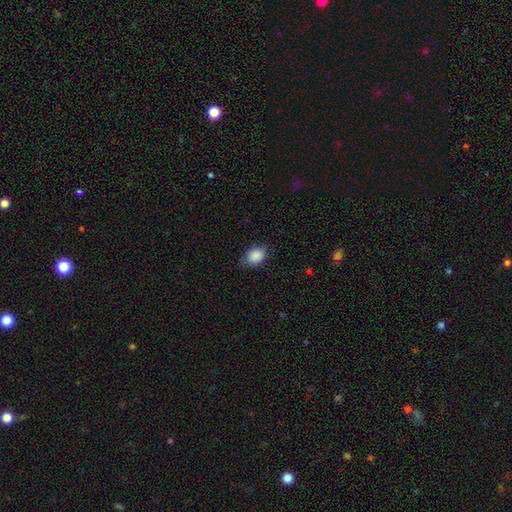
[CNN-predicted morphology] This appears to be a smooth galaxy with no disk features (89%) that is in between round and cigar-shaped (79%). Merging: none (78%).